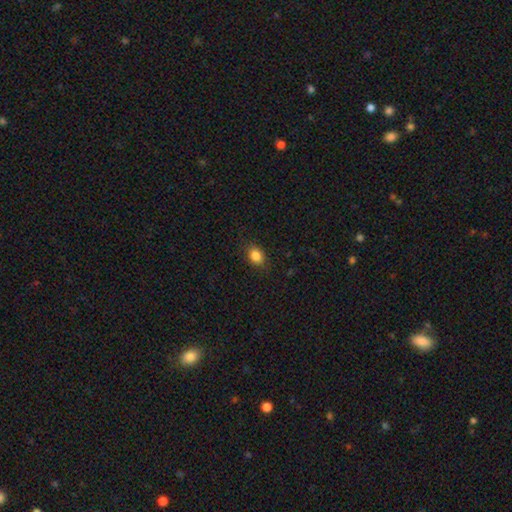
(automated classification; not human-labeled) This is clearly a smooth galaxy (85%). How rounded: likely in between (64%). Merging: clearly none (85%).